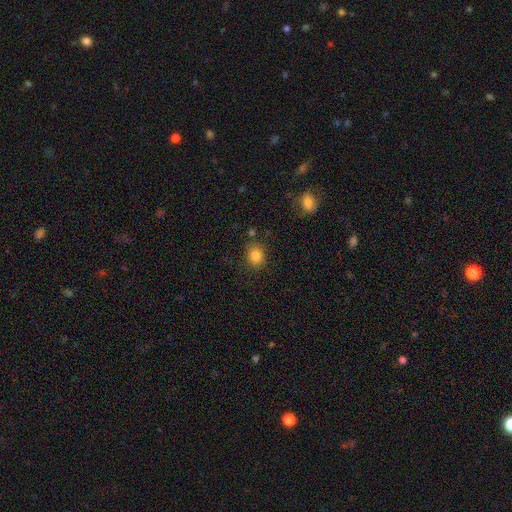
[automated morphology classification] A smooth galaxy with no disk features (84%) that is round (68%). Merging: none (81%).